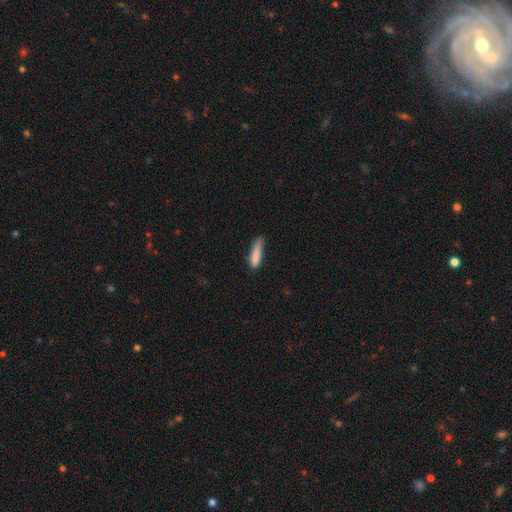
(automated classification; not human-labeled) Smooth or featured? Predicted: smooth (p=0.83). How rounded? Predicted: cigar-shaped (p=0.82). Merging? Predicted: none (p=0.56).